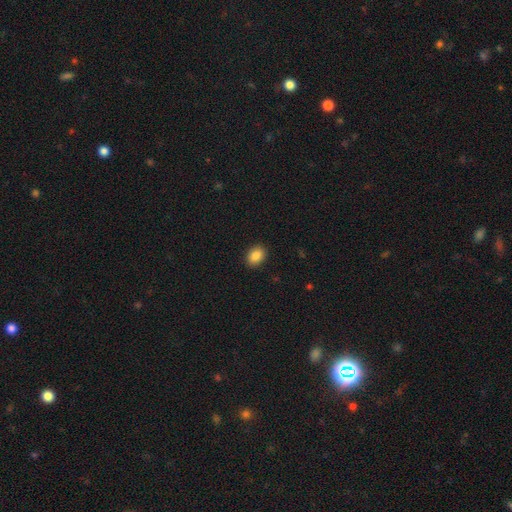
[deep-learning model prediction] Smooth or featured? smooth (87%)
How rounded? in between (69%)
Merging? none (90%)